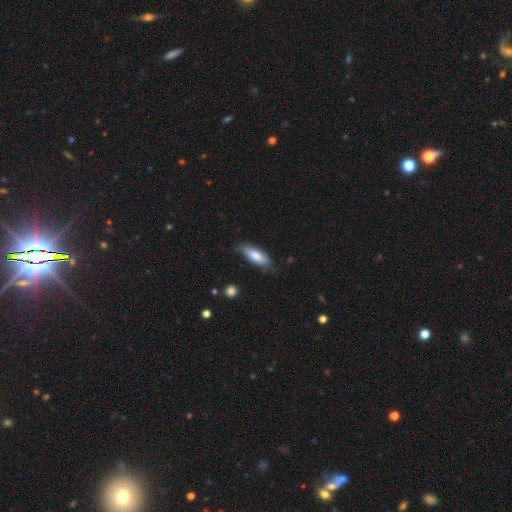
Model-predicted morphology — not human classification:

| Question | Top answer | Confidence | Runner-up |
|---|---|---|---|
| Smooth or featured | smooth | 75% | featured or disk (19%) |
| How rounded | in between | 66% | cigar-shaped (32%) |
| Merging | none | 71% | minor disturbance (23%) |